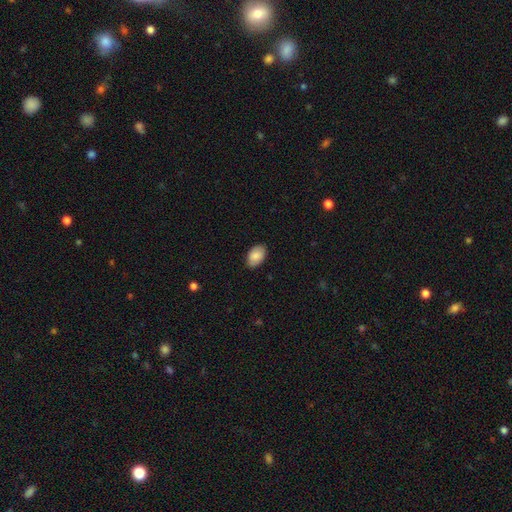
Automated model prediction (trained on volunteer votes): This is clearly a smooth galaxy (87%). How rounded: clearly in between (91%). Merging: clearly none (86%).